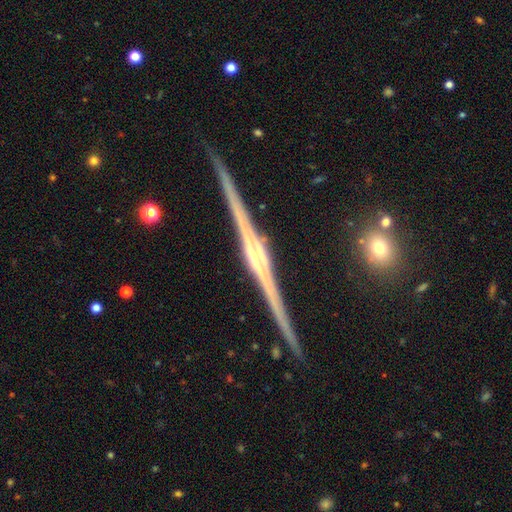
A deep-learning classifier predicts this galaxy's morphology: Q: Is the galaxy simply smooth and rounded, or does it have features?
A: featured or disk — 91%.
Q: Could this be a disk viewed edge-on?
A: yes — 99%.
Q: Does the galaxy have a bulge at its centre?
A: rounded — 64%.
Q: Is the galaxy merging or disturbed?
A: none — 91%.